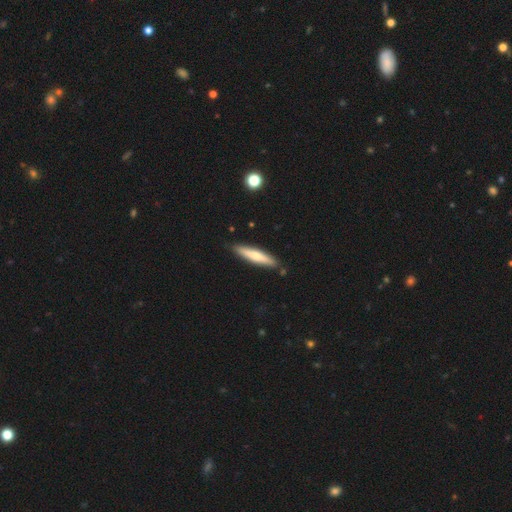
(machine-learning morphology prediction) type=smooth (55%); roundness=cigar-shaped (86%); merging=none (86%).